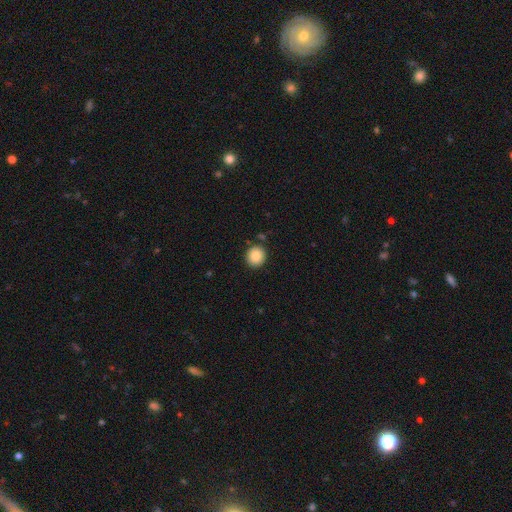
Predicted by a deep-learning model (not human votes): A smooth galaxy with no disk features (87%) that is round (87%).

Vote fractions:
- Smooth or featured? smooth: 87% / star or artifact: 9% / featured or disk: 5%
- How rounded? round: 87% / in between: 12% / cigar-shaped: 1%
- Merging? none: 87% / minor disturbance: 8% / merger: 3% / major disturbance: 2%